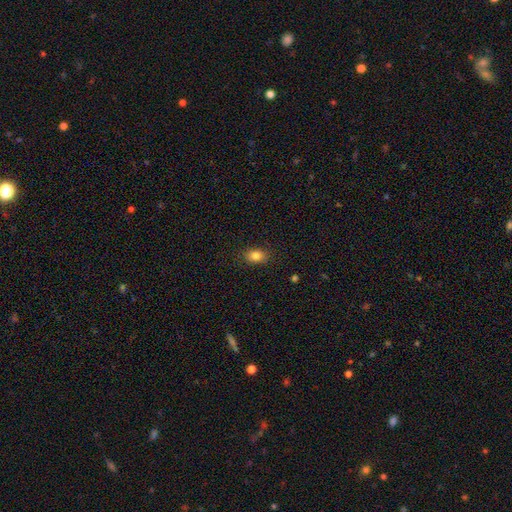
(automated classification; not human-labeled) Morphology: type=smooth (84%); roundness=in between (73%); merging=none (87%).